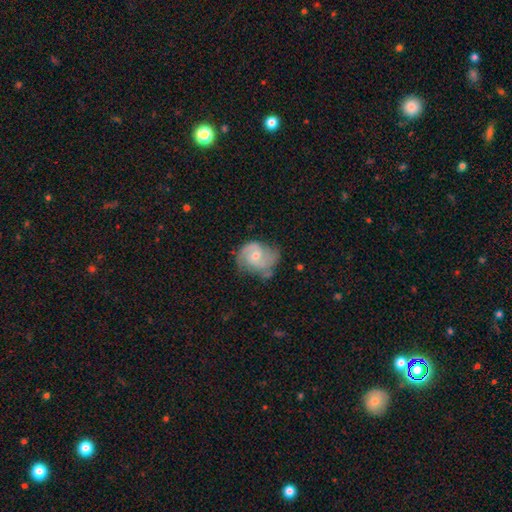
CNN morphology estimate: featured or disk 77%, smooth 16%, star or artifact 7%. Down the decision tree: edge-on disk — no (98%); bar — no (58%); spiral arms — yes (93%); spiral arm count — 2 (72%); spiral winding — medium (46%); bulge size — small (48%, tied with moderate); merging — none (59%).